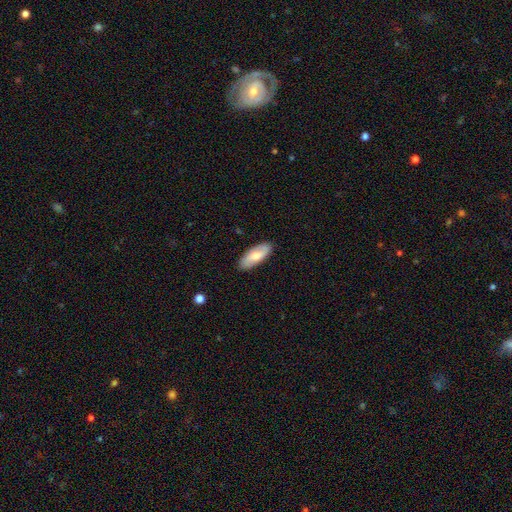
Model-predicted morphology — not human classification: Smooth or featured?
  - smooth: 58% *
  - featured or disk: 36%
  - star or artifact: 5%
How rounded?
  - in between: 79% *
  - cigar-shaped: 18%
  - round: 2%
Merging?
  - none: 88% *
  - minor disturbance: 9%
  - major disturbance: 2%
  - merger: 1%